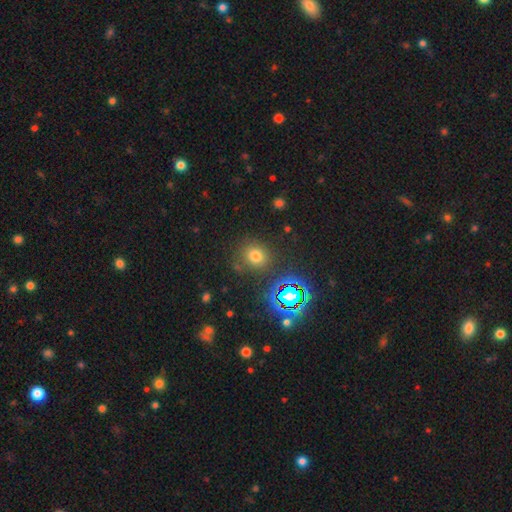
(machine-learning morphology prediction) A smooth galaxy with no disk features (66%) that is round (79%).

Vote fractions:
- Smooth or featured? smooth: 66% / star or artifact: 25% / featured or disk: 9%
- How rounded? round: 79% / in between: 20% / cigar-shaped: 1%
- Merging? none: 79% / minor disturbance: 11% / major disturbance: 5% / merger: 4%